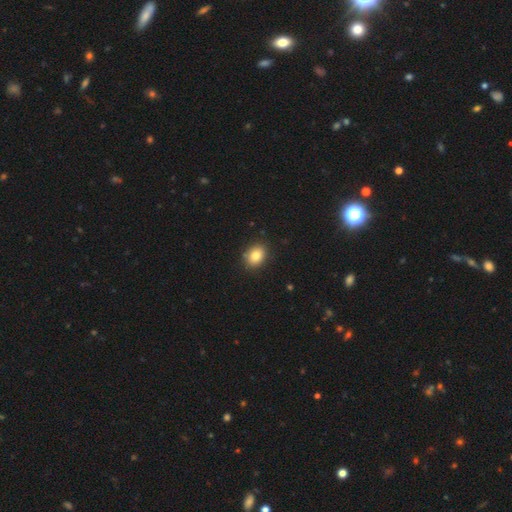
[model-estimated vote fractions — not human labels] This is clearly a smooth galaxy (83%). How rounded: possibly in between (55%). Merging: clearly none (87%).